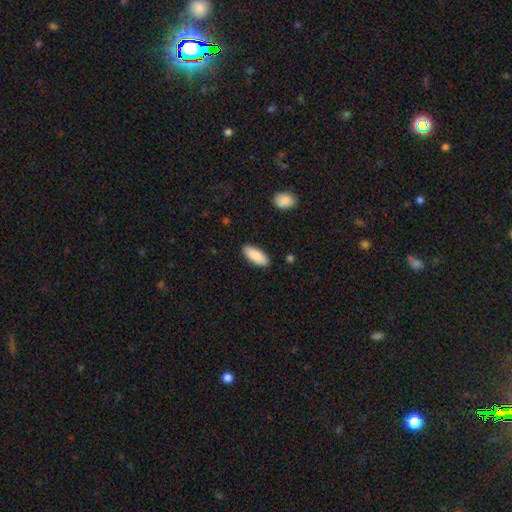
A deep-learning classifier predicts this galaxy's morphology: A smooth galaxy with no disk features (89%) that is in between round and cigar-shaped (80%). Merging: none (88%).